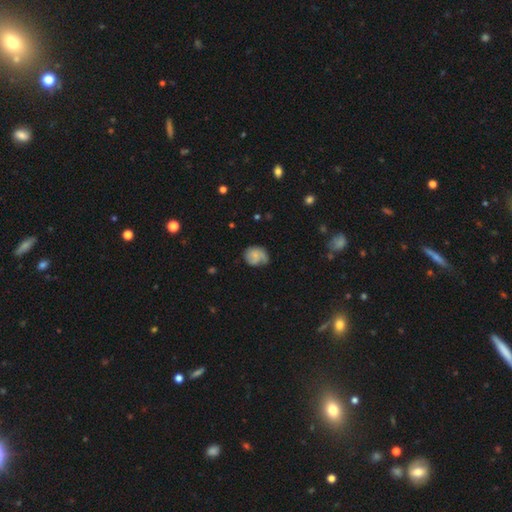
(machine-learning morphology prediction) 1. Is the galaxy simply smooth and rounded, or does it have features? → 48% featured or disk, 43% smooth, 8% star or artifact.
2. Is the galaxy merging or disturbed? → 50% none, 30% minor disturbance, 17% major disturbance, 2% merger.